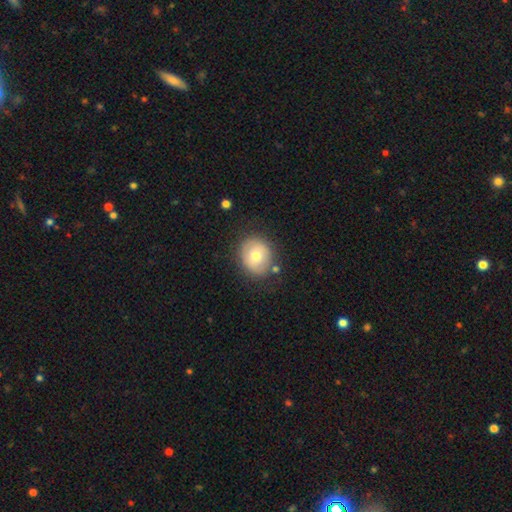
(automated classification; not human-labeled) smooth 66%, featured or disk 26%, star or artifact 8%. Down the decision tree: how rounded — round (71%); merging — none (79%).